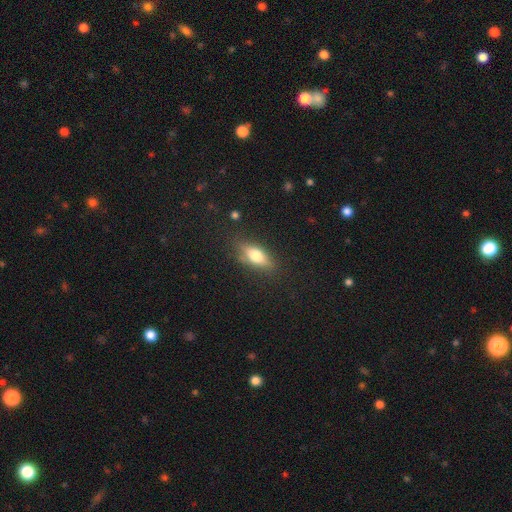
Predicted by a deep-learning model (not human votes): This appears to be a smooth galaxy with no disk features (64%) that is in between round and cigar-shaped (70%). Merging: none (78%).